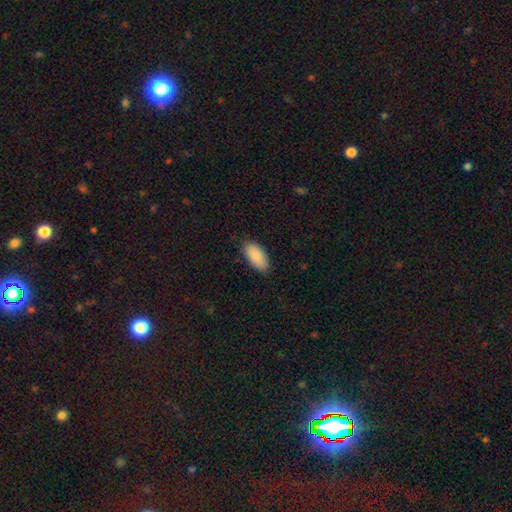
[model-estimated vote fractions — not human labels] Q: Smooth or featured?
A: smooth (89%); runner-up: star or artifact (6%)
Q: How rounded?
A: in between (93%); runner-up: cigar-shaped (5%)
Q: Merging?
A: none (85%); runner-up: minor disturbance (12%)